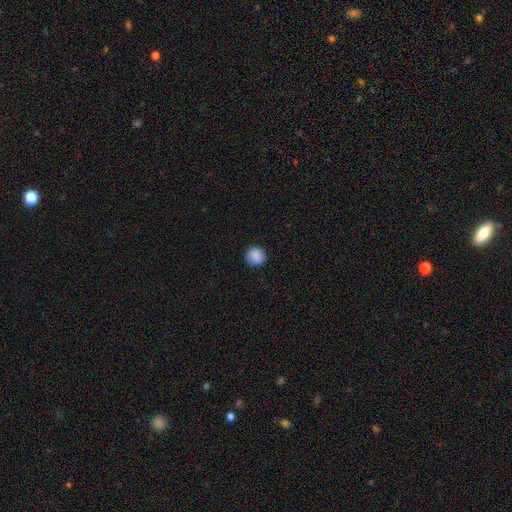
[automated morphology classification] Smooth or featured?
  - smooth: 88% *
  - star or artifact: 8%
  - featured or disk: 4%
How rounded?
  - round: 93% *
  - in between: 6%
  - cigar-shaped: 1%
Merging?
  - none: 88% *
  - minor disturbance: 9%
  - major disturbance: 2%
  - merger: 1%